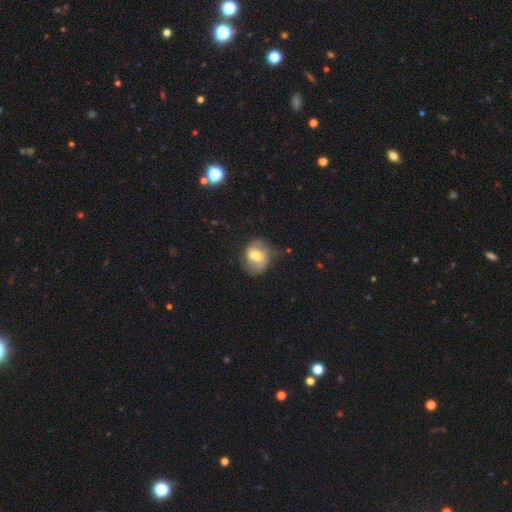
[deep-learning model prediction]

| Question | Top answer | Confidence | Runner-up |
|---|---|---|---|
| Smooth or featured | smooth | 48% | featured or disk (43%) |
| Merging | none | 43% | minor disturbance (31%) |